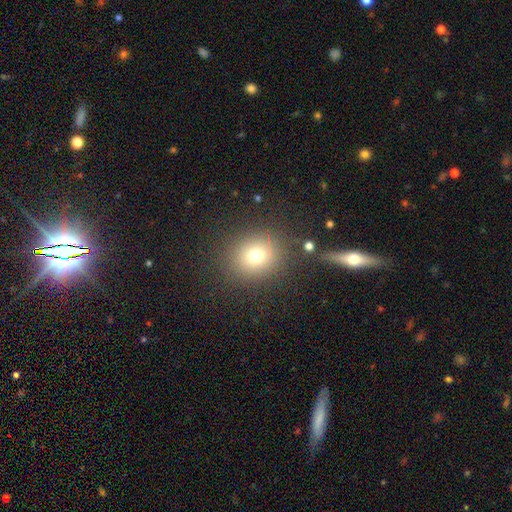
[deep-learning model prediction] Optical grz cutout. It shows a smooth galaxy with no disk features (73%) that is round (81%). Merging: none (83%).